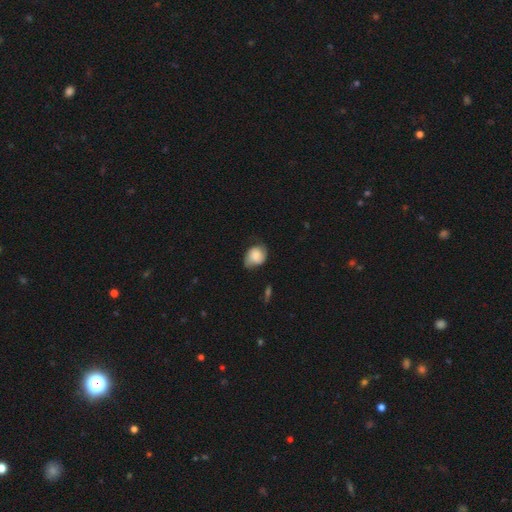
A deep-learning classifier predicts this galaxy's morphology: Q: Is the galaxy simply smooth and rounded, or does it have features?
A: smooth — 61%.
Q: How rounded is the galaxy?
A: round — 56%.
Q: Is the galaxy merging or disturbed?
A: none — 50%.